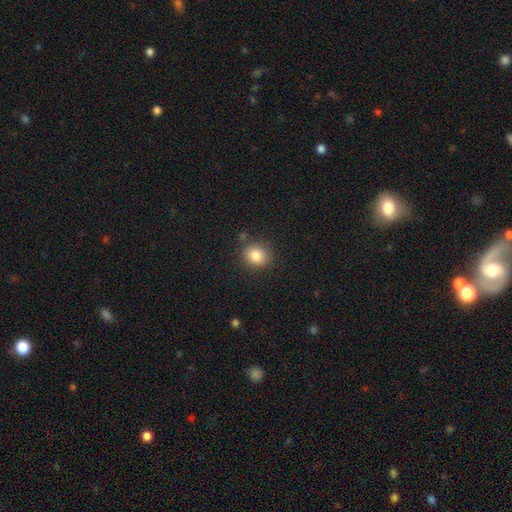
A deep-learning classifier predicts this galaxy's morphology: A smooth galaxy with no disk features (84%) that is round (80%).

Vote fractions:
- Smooth or featured? smooth: 84% / star or artifact: 10% / featured or disk: 6%
- How rounded? round: 80% / in between: 19% / cigar-shaped: 1%
- Merging? none: 84% / minor disturbance: 10% / merger: 3% / major disturbance: 3%